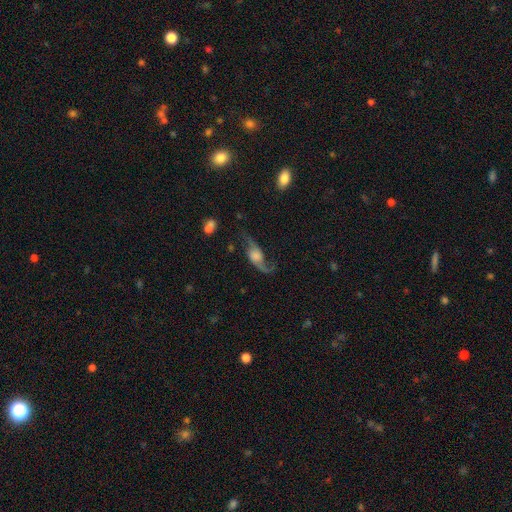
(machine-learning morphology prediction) smooth-or-featured: featured or disk: 80% | smooth: 12% | star or artifact: 7%
  disk-edge-on: no: 91% | yes: 9%
    bar: no: 60% | weak: 31% | strong: 9%
    has-spiral-arms: yes: 94% | no: 6%
      spiral-winding: loose: 85% | medium: 12% | tight: 3%
      spiral-arm-count: 2: 89% | 1: 6% | can't tell: 2% | 3: 1% | 4: 1% | more than 4: 1%
    bulge-size: large: 29% | moderate: 25% | none: 20% | small: 19% | dominant: 7%
  merging: none: 60% | minor disturbance: 19% | major disturbance: 17% | merger: 4%